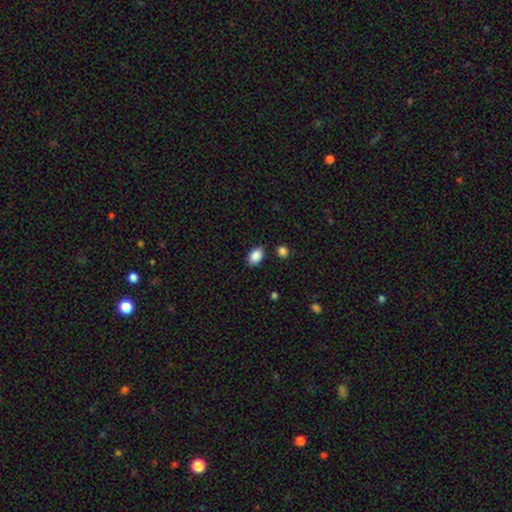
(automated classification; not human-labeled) Smooth or featured? smooth (88%)
How rounded? in between (86%)
Merging? none (83%)